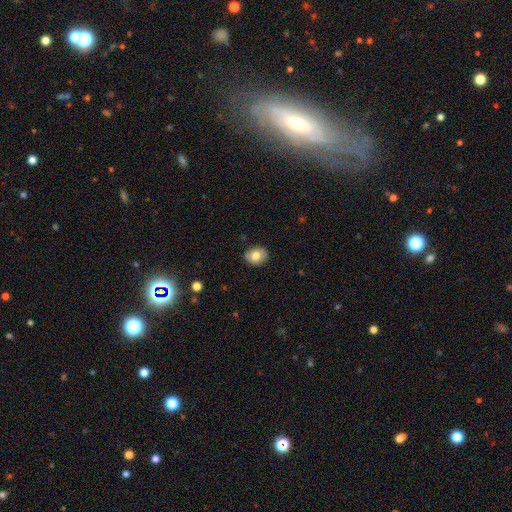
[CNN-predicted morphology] A smooth galaxy with no disk features (75%) that is round (55%).

Vote fractions:
- Smooth or featured? smooth: 75% / featured or disk: 16% / star or artifact: 8%
- How rounded? round: 55% / in between: 44% / cigar-shaped: 1%
- Merging? none: 85% / minor disturbance: 11% / major disturbance: 2% / merger: 1%